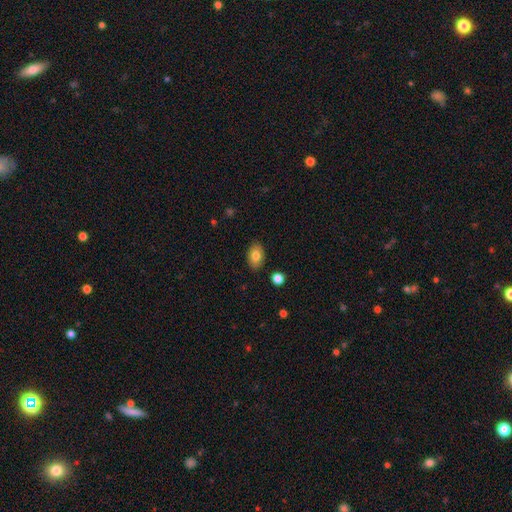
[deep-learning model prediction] Smooth or featured? Predicted: smooth (p=0.79). How rounded? Predicted: in between (p=0.87). Merging? Predicted: none (p=0.87).